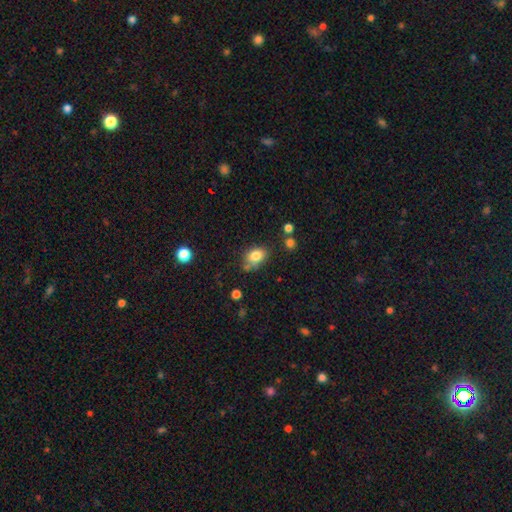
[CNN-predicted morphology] This appears to be a smooth galaxy with no disk features (81%) that is in between round and cigar-shaped (73%). Merging: none (57%).